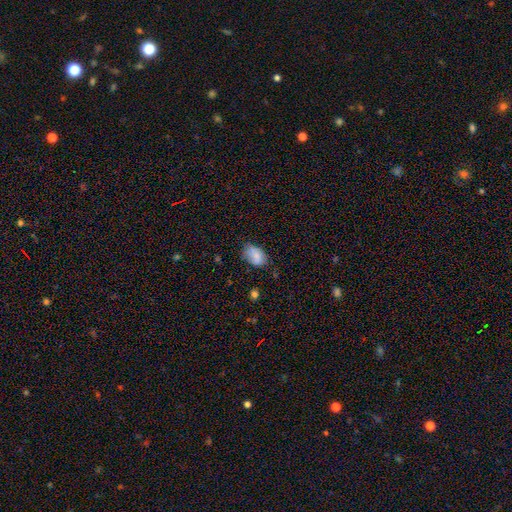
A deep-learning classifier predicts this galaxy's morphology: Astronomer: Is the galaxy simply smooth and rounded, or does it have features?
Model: smooth — 79%.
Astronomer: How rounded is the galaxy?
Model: in between — 86%.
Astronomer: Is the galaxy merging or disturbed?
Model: none — 60%.